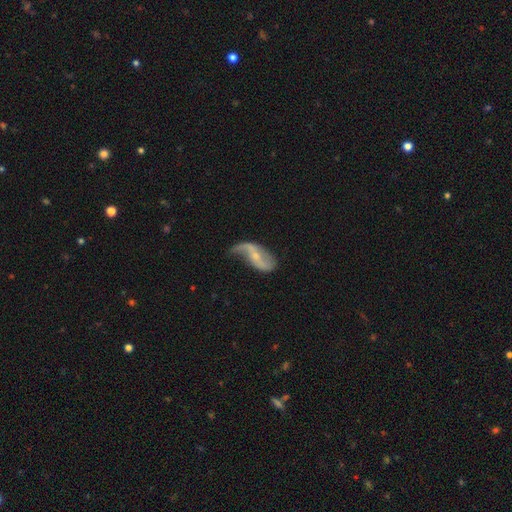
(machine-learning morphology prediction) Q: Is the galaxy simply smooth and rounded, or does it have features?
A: featured or disk — 80%.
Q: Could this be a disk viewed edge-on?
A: no — 95%.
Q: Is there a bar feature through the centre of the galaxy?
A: no — 38%, tied with weak.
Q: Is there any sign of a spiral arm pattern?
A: yes — 89%.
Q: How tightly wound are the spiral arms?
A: loose — 81%.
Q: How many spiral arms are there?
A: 2 — 78%.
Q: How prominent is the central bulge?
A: small — 66%.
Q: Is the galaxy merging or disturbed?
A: none — 40%.